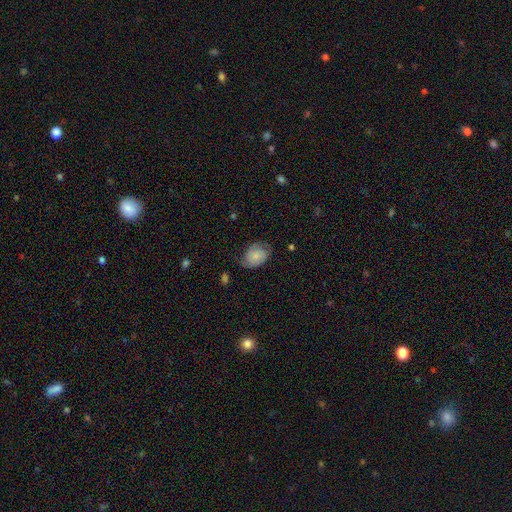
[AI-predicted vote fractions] Smooth or featured? Predicted: smooth (p=0.61). How rounded? Predicted: in between (p=0.70). Merging? Predicted: none (p=0.56).